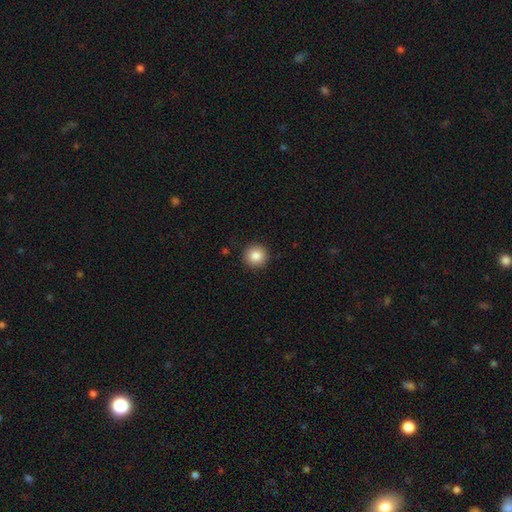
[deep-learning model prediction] Morphology: type=smooth (86%); roundness=round (94%); merging=none (92%).